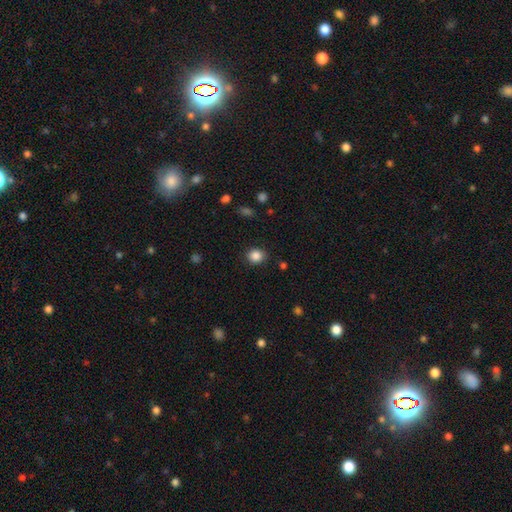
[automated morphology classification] A smooth galaxy with no disk features (86%) that is round (77%). Merging: none (87%).